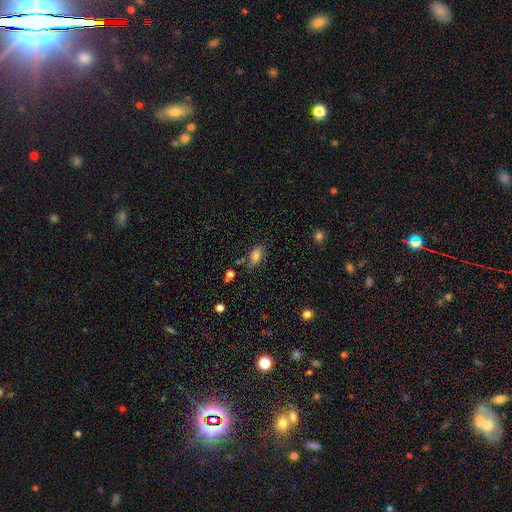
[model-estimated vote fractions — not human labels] Q: Smooth or featured?
A: smooth (81%); runner-up: star or artifact (11%)
Q: How rounded?
A: in between (90%); runner-up: round (6%)
Q: Merging?
A: none (71%); runner-up: minor disturbance (19%)